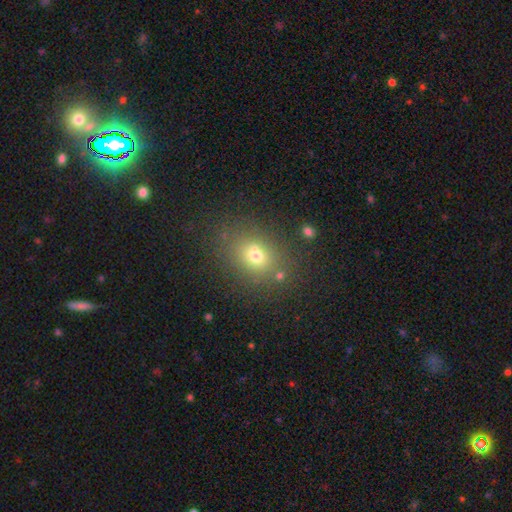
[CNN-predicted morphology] The model was most divided on "how rounded": in between: 50%, round: 49%, cigar-shaped: 1%. More confident: merging — none (67%); smooth or featured — smooth (66%).